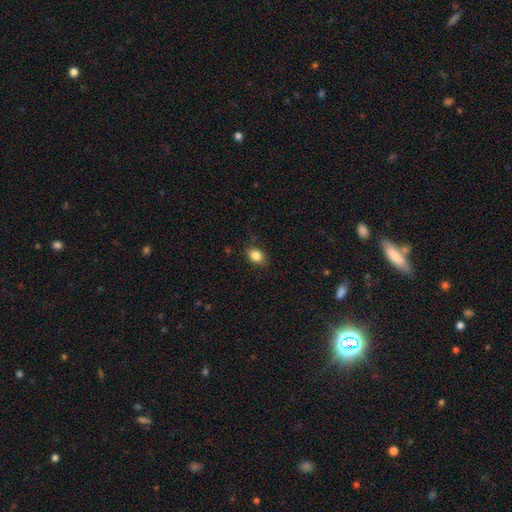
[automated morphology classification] Smooth or featured?
  - smooth: 85% *
  - star or artifact: 9%
  - featured or disk: 6%
How rounded?
  - in between: 73% *
  - round: 25%
  - cigar-shaped: 1%
Merging?
  - none: 83% *
  - minor disturbance: 13%
  - major disturbance: 3%
  - merger: 1%